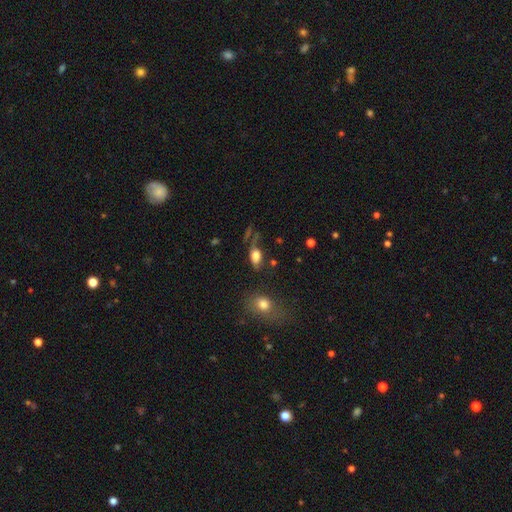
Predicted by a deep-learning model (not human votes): Smooth or featured?
  - smooth: 73% *
  - featured or disk: 17%
  - star or artifact: 11%
How rounded?
  - in between: 83% *
  - round: 9%
  - cigar-shaped: 8%
Merging?
  - none: 46% *
  - minor disturbance: 24%
  - major disturbance: 20%
  - merger: 10%